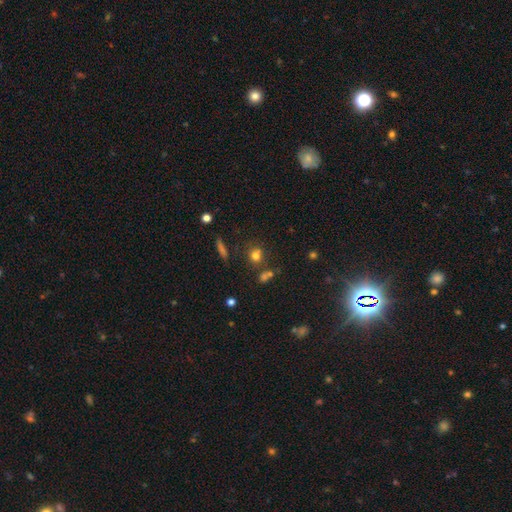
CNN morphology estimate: A smooth galaxy with no disk features (73%) that is round (76%). Merging: none (68%).